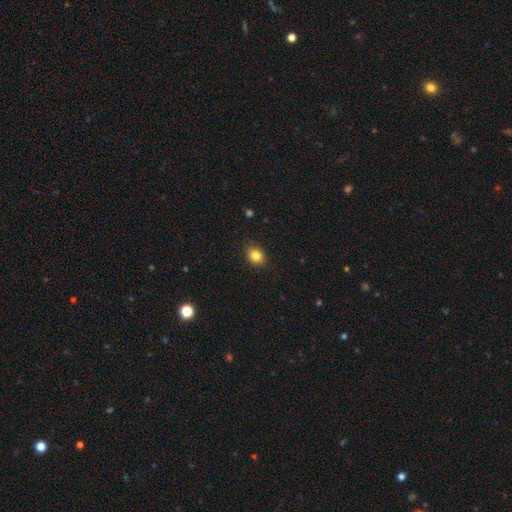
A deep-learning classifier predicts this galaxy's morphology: The model was most divided on "how rounded": round: 57%, in between: 42%, cigar-shaped: 1%. More confident: merging — none (88%); smooth or featured — smooth (83%).